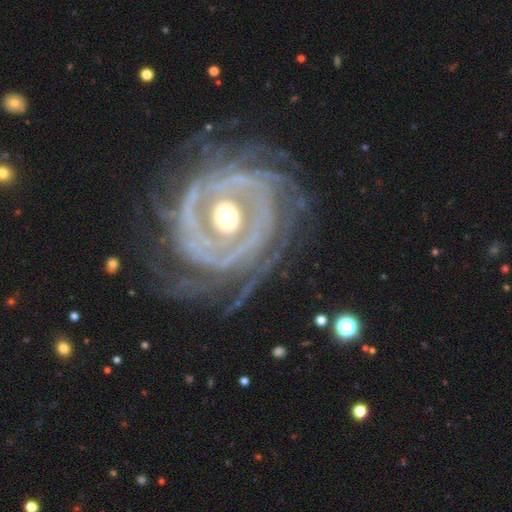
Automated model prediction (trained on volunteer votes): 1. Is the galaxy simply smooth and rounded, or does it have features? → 90% featured or disk, 5% star or artifact, 5% smooth.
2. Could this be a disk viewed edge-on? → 96% no, 4% yes.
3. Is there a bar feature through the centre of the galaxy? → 60% no, 22% weak, 18% strong.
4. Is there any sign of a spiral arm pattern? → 93% yes, 7% no.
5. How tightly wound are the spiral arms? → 80% tight, 16% medium, 4% loose.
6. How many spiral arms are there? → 29% can't tell, 19% 2, 18% 3, 13% 4, 12% more than 4, 9% 1.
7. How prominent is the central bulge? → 71% moderate, 15% small, 12% large, 1% dominant, 1% none.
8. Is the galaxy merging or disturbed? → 68% none, 18% minor disturbance, 12% major disturbance, 2% merger.